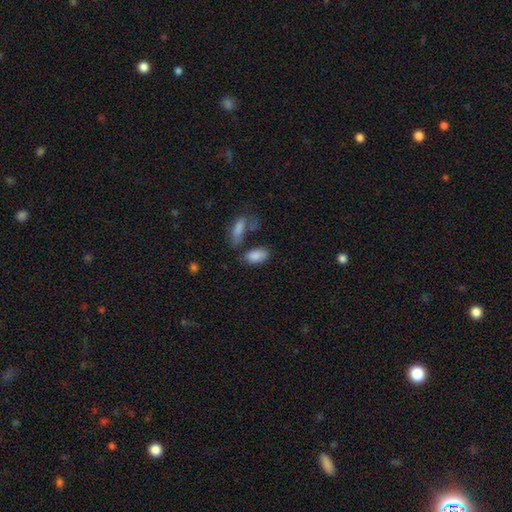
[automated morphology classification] smooth 86%, star or artifact 8%, featured or disk 6%. Down the decision tree: how rounded — in between (92%); merging — none (57%).